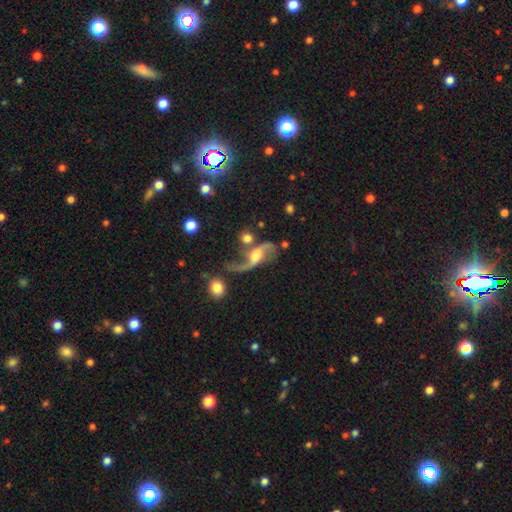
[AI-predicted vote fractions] Smooth or featured? featured or disk (85%)
Edge-on disk? no (94%)
Bar? no (44%)
Spiral arms? yes (95%)
Spiral winding? loose (87%)
Spiral arm count? 2 (92%)
Bulge size? moderate (53%)
Merging? none (49%)